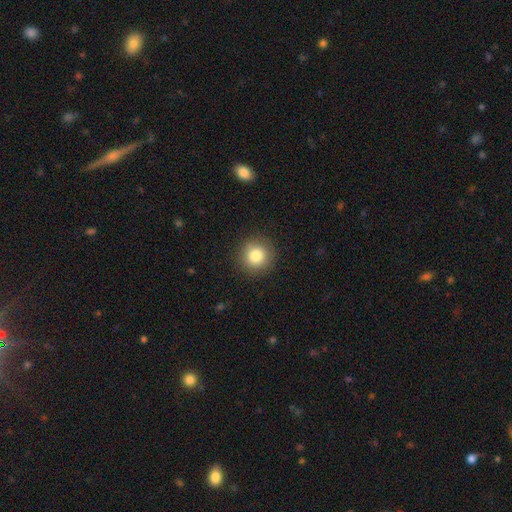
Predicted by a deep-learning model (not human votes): Smooth or featured: smooth — 83% (star or artifact — 10%)
How rounded: round — 94% (in between — 5%)
Merging: none — 89% (minor disturbance — 7%)